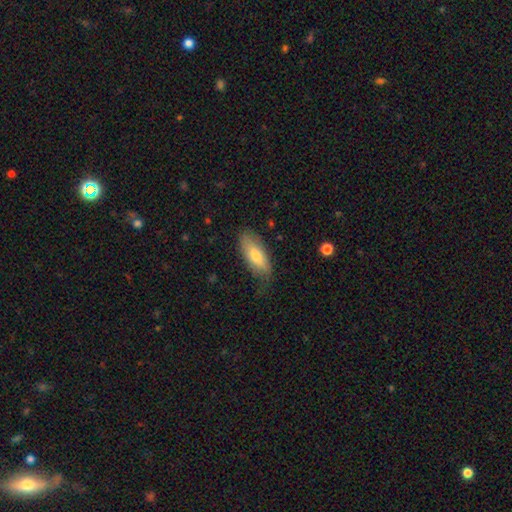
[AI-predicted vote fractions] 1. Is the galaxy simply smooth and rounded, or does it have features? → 70% smooth, 24% featured or disk, 6% star or artifact.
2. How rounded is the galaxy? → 77% in between, 20% cigar-shaped, 3% round.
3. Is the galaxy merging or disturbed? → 69% none, 24% minor disturbance, 6% major disturbance, 1% merger.